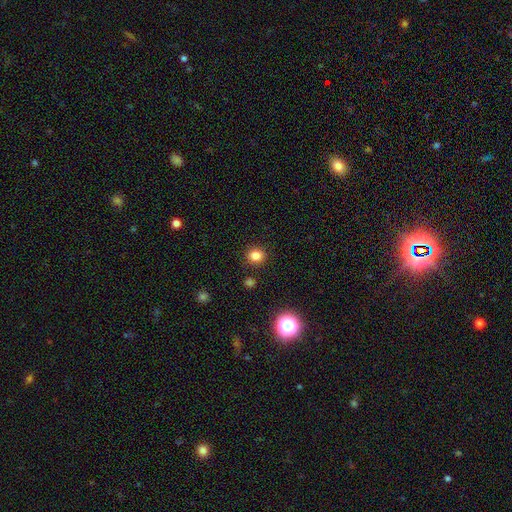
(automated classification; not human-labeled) Q: Smooth or featured?
A: smooth (81%); runner-up: star or artifact (14%)
Q: How rounded?
A: round (85%); runner-up: in between (14%)
Q: Merging?
A: none (89%); runner-up: minor disturbance (7%)